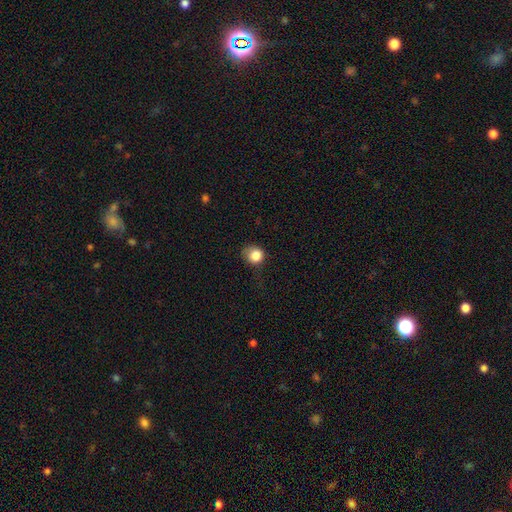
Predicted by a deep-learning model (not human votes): smooth_or_featured: smooth (p=0.84) [alt: star or artifact p=0.11]
how_rounded: round (p=0.84) [alt: in between p=0.15]
merging: none (p=0.56) [alt: minor disturbance p=0.30]